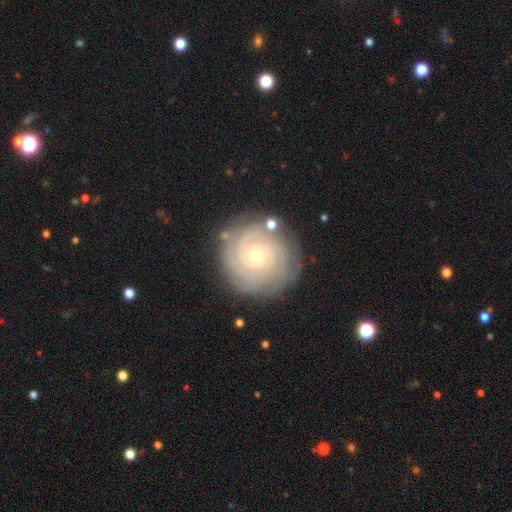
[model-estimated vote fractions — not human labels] Smooth or featured?
  - featured or disk: 84% *
  - smooth: 10%
  - star or artifact: 6%
Edge-on disk?
  - no: 98% *
  - yes: 2%
Bar?
  - no: 79% *
  - weak: 17%
  - strong: 4%
Spiral arms?
  - yes: 97% *
  - no: 3%
Spiral winding?
  - tight: 88% *
  - medium: 10%
  - loose: 2%
Spiral arm count?
  - can't tell: 27% *
  - 3: 23%
  - 2: 19%
  - 4: 18%
  - more than 4: 8%
  - 1: 6%
Bulge size?
  - small: 62% *
  - moderate: 35%
  - large: 1%
  - none: 1%
  - dominant: 1%
Merging?
  - none: 82% *
  - minor disturbance: 12%
  - major disturbance: 4%
  - merger: 2%